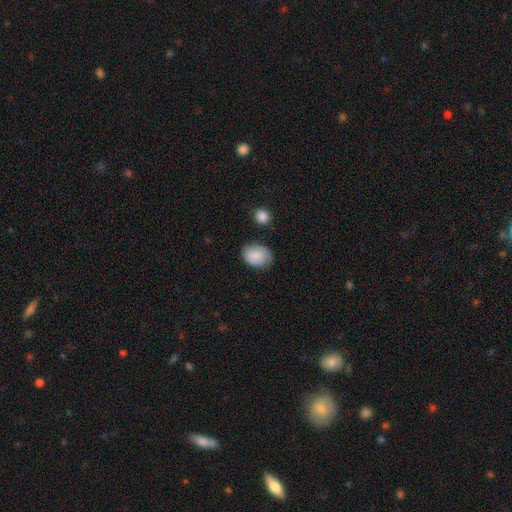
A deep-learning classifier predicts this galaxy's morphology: A smooth galaxy with no disk features (82%) that is in between round and cigar-shaped (68%).

Vote fractions:
- Smooth or featured? smooth: 82% / featured or disk: 11% / star or artifact: 7%
- How rounded? in between: 68% / round: 31% / cigar-shaped: 1%
- Merging? none: 73% / minor disturbance: 20% / major disturbance: 4% / merger: 3%